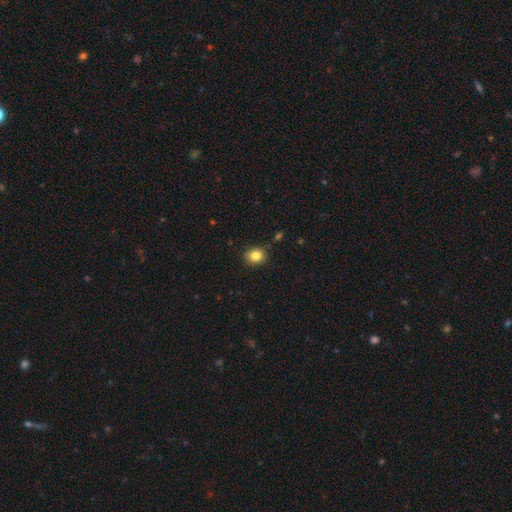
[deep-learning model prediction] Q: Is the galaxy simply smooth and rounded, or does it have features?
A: smooth — 84%.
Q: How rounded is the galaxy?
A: round — 70%.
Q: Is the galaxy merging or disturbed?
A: none — 86%.